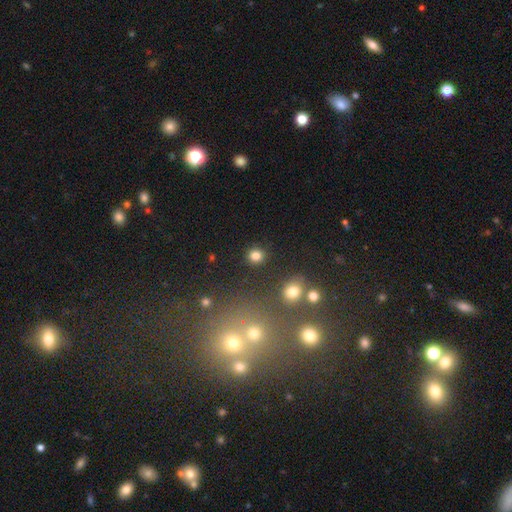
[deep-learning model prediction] This is clearly a smooth galaxy (82%). How rounded: clearly round (89%). Merging: clearly none (90%).